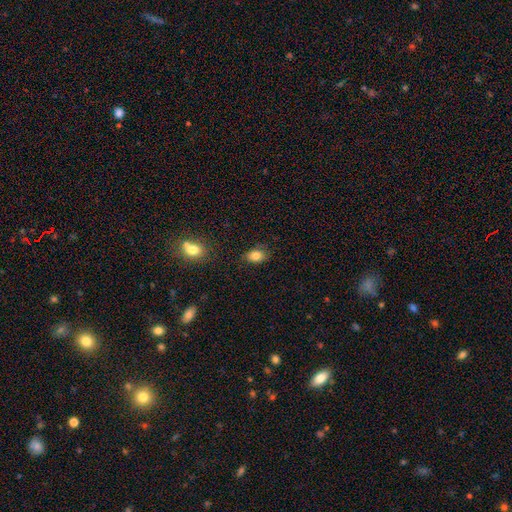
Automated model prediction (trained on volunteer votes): Overall: smooth (83%). How rounded: in between (78%). Merging: none (79%).